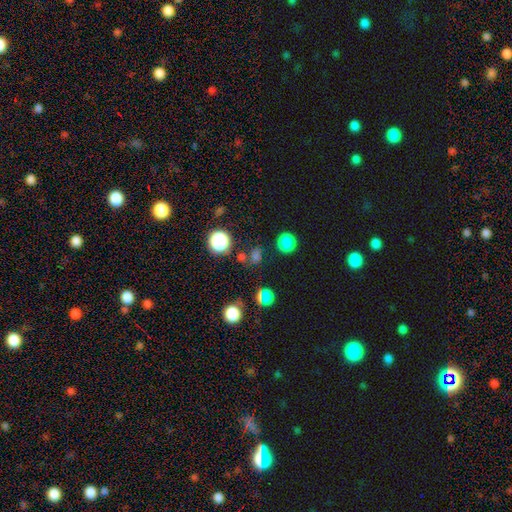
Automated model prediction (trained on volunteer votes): This is possibly a smooth galaxy (59%). How rounded: likely round (79%). Merging: likely none (74%).